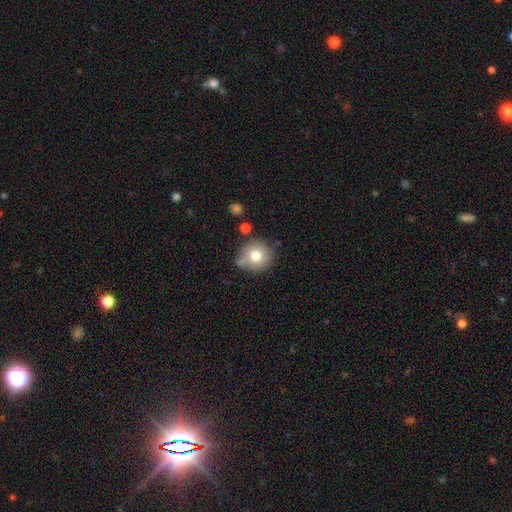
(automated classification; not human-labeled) Smooth or featured? smooth (76%)
How rounded? round (90%)
Merging? none (68%)